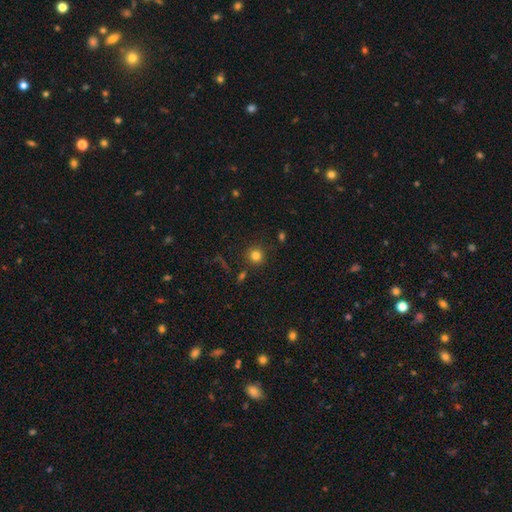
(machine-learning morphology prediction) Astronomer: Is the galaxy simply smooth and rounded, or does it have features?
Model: smooth — 80%.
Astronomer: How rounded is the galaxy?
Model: round — 92%.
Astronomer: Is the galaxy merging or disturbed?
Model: none — 85%.